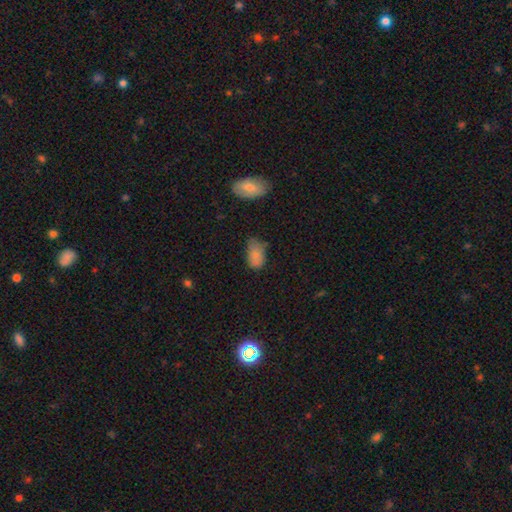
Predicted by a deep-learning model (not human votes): smooth-or-featured: smooth: 82% | star or artifact: 10% | featured or disk: 8%
  how-rounded: in between: 91% | round: 7% | cigar-shaped: 2%
  merging: none: 49% | minor disturbance: 37% | major disturbance: 11% | merger: 4%